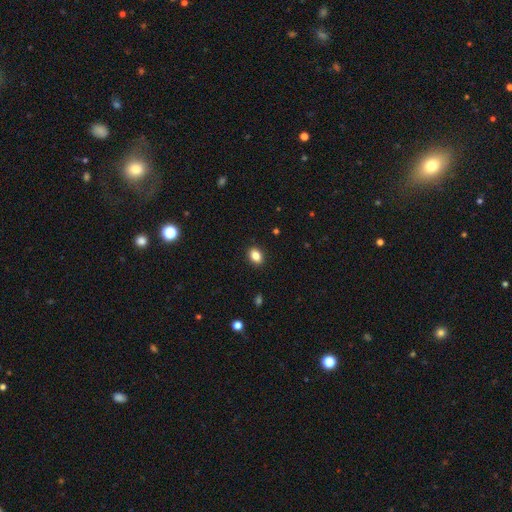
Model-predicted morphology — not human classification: This is clearly a smooth galaxy (86%). How rounded: likely in between (73%). Merging: clearly none (90%).